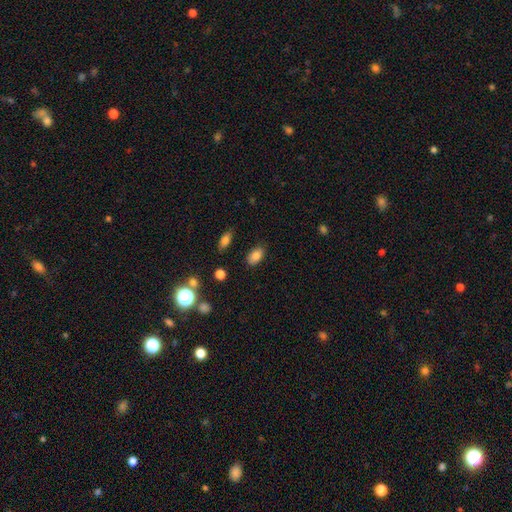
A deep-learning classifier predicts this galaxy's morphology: smooth-or-featured: smooth: 83% | star or artifact: 10% | featured or disk: 8%
  how-rounded: in between: 90% | round: 8% | cigar-shaped: 2%
  merging: none: 83% | minor disturbance: 12% | major disturbance: 3% | merger: 2%